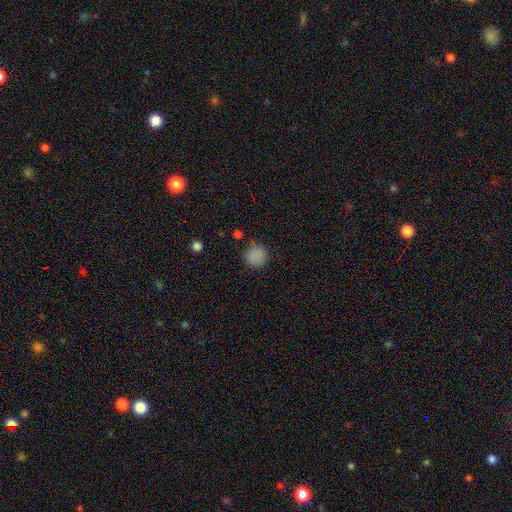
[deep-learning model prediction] A smooth galaxy with no disk features (84%) that is round (91%). Merging: none (76%).